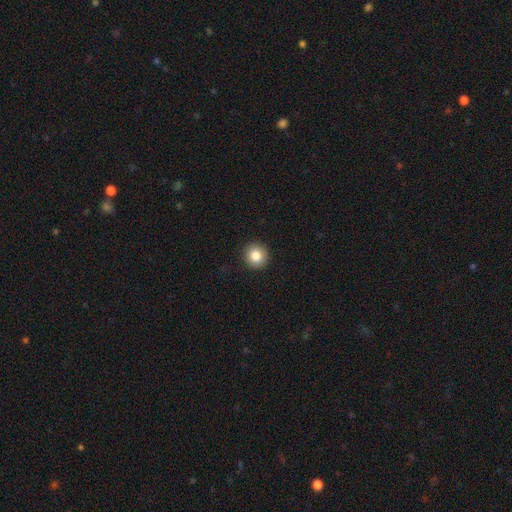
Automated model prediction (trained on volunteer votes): Morphology: type=smooth (84%); roundness=round (95%); merging=none (93%).